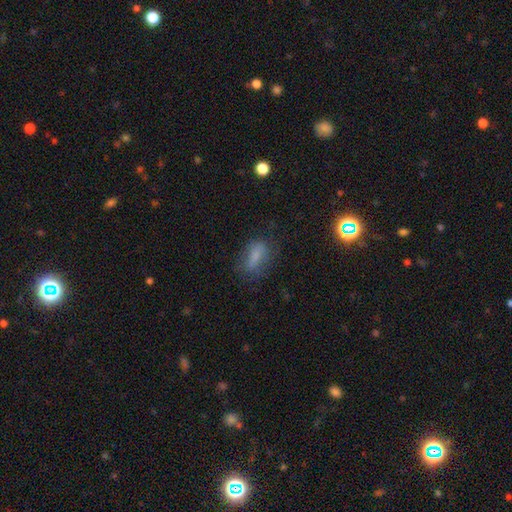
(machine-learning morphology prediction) type=smooth (68%); roundness=in between (75%); merging=none (62%).